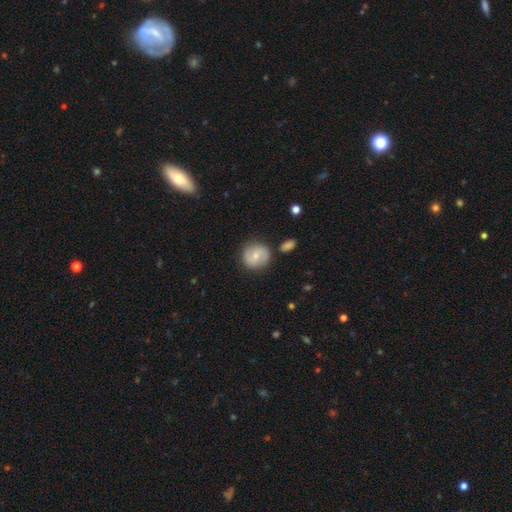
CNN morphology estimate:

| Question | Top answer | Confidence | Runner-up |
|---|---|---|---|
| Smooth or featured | smooth | 49% | featured or disk (44%) |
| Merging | none | 80% | minor disturbance (12%) |